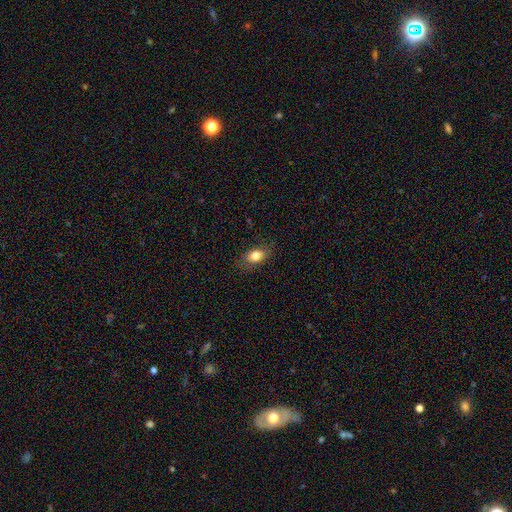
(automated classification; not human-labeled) The model was most divided on "how rounded": in between: 79%, round: 17%, cigar-shaped: 4%. More confident: merging — none (80%); smooth or featured — smooth (80%).